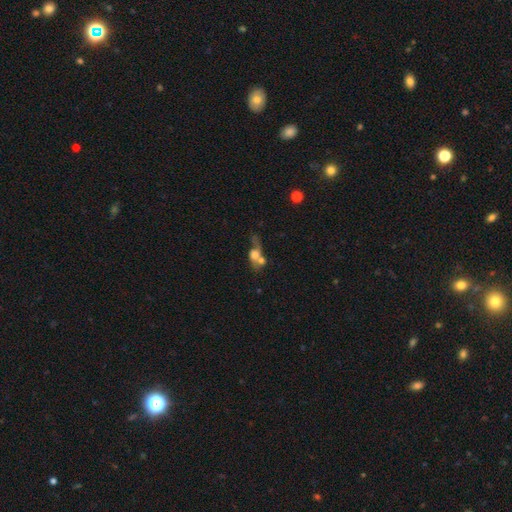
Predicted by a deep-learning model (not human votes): Q: Smooth or featured?
A: smooth (46%); runner-up: featured or disk (40%)
Q: Merging?
A: merger (46%); runner-up: none (24%)